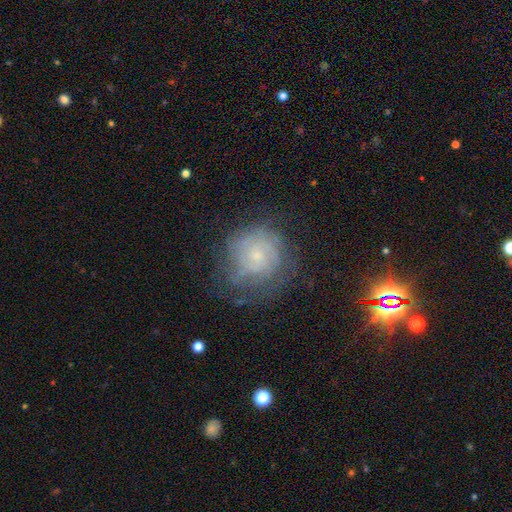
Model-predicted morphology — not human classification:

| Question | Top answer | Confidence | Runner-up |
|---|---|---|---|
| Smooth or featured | featured or disk | 63% | smooth (26%) |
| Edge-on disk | no | 98% | yes (2%) |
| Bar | no | 75% | weak (22%) |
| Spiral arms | yes | 81% | no (19%) |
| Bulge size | small | 65% | moderate (22%) |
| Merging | none | 64% | minor disturbance (21%) |